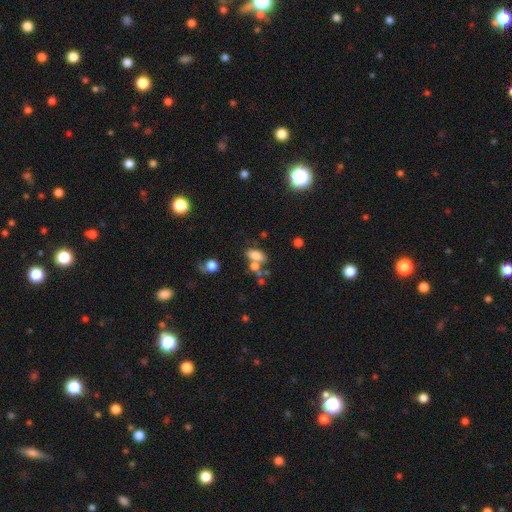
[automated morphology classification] Smooth or featured? smooth (76%)
How rounded? in between (86%)
Merging? none (44%)